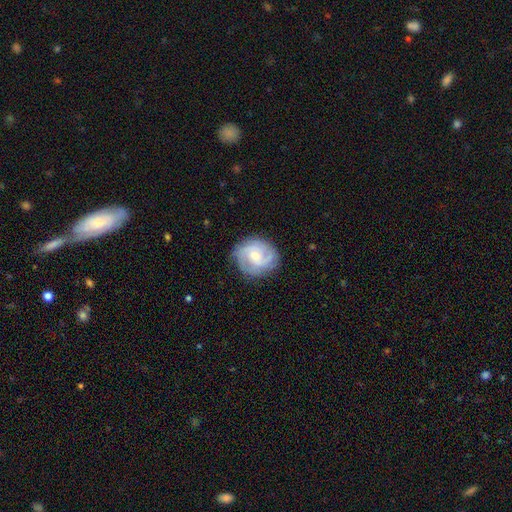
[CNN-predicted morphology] The model was most divided on "spiral arm count" (2-way tie): 2: 32%, 3: 32%, can't tell: 20%, 4: 7%, 1: 4%, more than 4: 4%. Remaining: edge-on disk — no (98%); spiral arms — yes (95%); merging — none (79%); smooth or featured — featured or disk (76%); bar — no (55%); bulge size — small (50%); spiral winding — tight (45%).